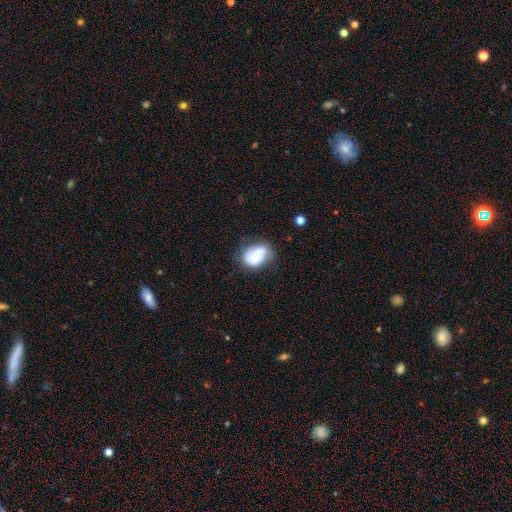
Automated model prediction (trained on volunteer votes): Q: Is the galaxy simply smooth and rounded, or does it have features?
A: smooth — 46%.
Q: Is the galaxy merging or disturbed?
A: none — 56%.